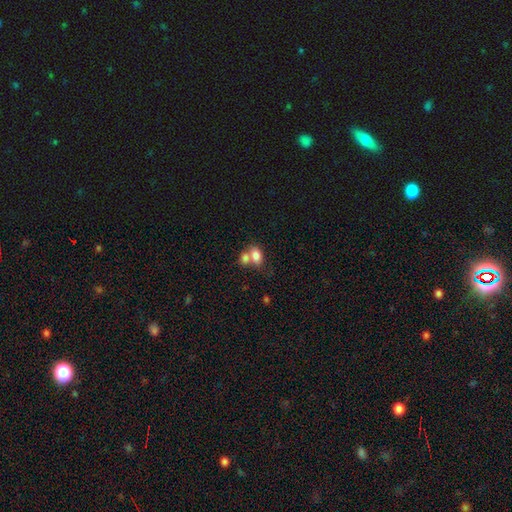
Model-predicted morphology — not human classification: Smooth or featured? Predicted: smooth (p=0.79). How rounded? Predicted: in between (p=0.82). Merging? Predicted: merger (p=0.57).